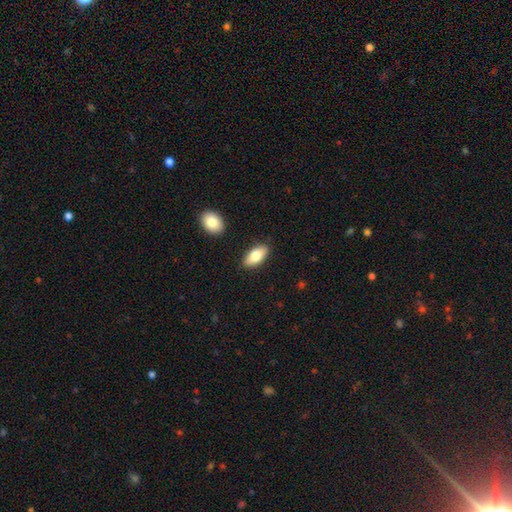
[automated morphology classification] A smooth galaxy with no disk features (79%) that is in between round and cigar-shaped (90%). Merging: none (86%).